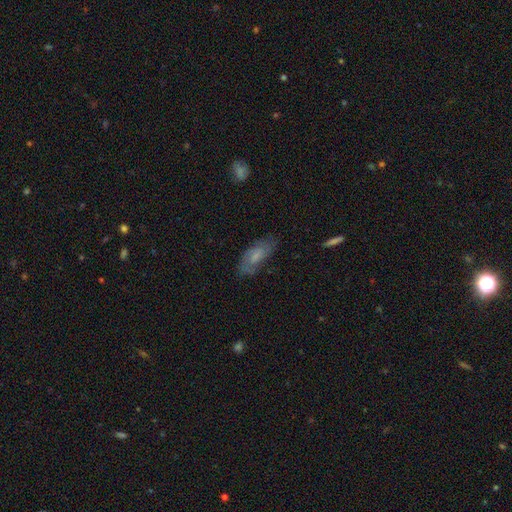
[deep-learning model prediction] featured or disk 55%, smooth 36%, star or artifact 9%. Down the decision tree: edge-on disk — no (92%); bar — no (47%); spiral arms — yes (84%); bulge size — small (37%); merging — none (67%).